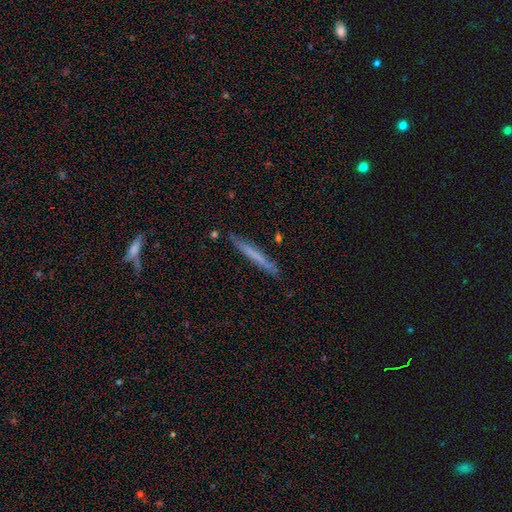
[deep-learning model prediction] Smooth or featured: smooth — 56% (featured or disk — 38%)
How rounded: cigar-shaped — 96% (in between — 2%)
Merging: none — 86% (minor disturbance — 10%)